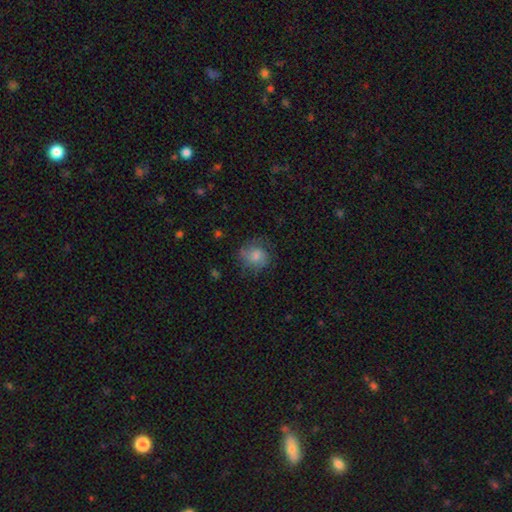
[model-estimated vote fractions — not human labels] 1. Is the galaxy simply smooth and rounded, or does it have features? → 65% smooth, 24% featured or disk, 11% star or artifact.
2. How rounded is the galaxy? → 76% round, 23% in between, 1% cigar-shaped.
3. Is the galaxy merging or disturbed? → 67% none, 21% minor disturbance, 10% major disturbance, 1% merger.